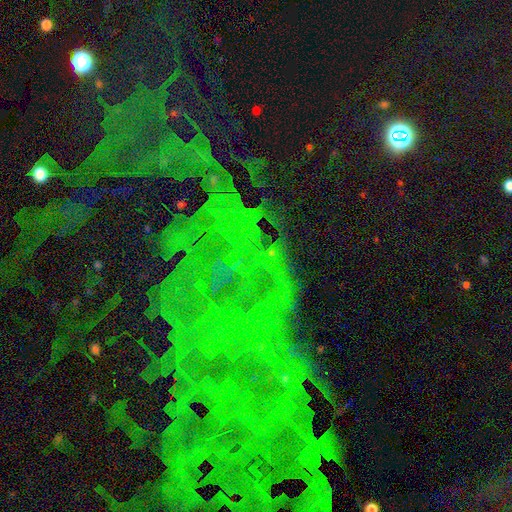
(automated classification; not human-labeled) A star or artifact, not a galaxy (77%).

Vote fractions:
- Smooth or featured? star or artifact: 77% / featured or disk: 13% / smooth: 10%